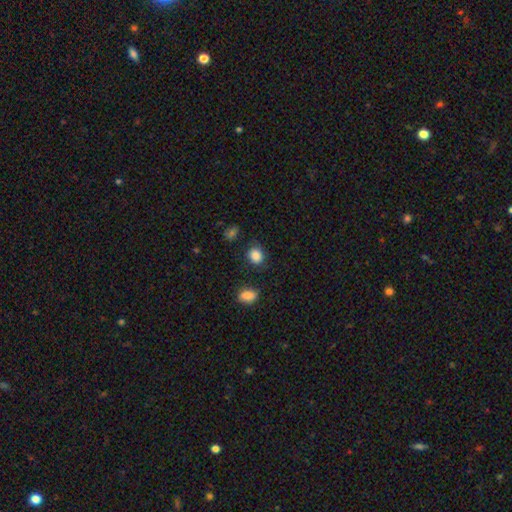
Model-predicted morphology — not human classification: smooth_or_featured: smooth (p=0.87) [alt: star or artifact p=0.10]
how_rounded: round (p=0.61) [alt: in between p=0.38]
merging: none (p=0.80) [alt: minor disturbance p=0.13]